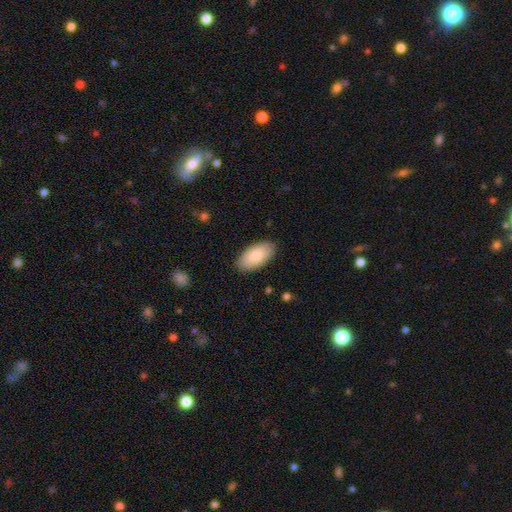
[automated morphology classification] Smooth or featured?
  - smooth: 85% *
  - featured or disk: 9%
  - star or artifact: 6%
How rounded?
  - in between: 95% *
  - cigar-shaped: 2%
  - round: 2%
Merging?
  - none: 87% *
  - minor disturbance: 10%
  - major disturbance: 2%
  - merger: 1%